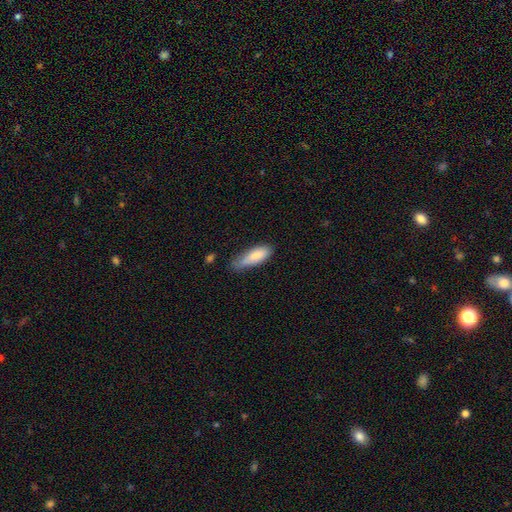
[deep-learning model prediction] smooth 82%, featured or disk 12%, star or artifact 6%. Down the decision tree: how rounded — in between (62%); merging — none (48%).